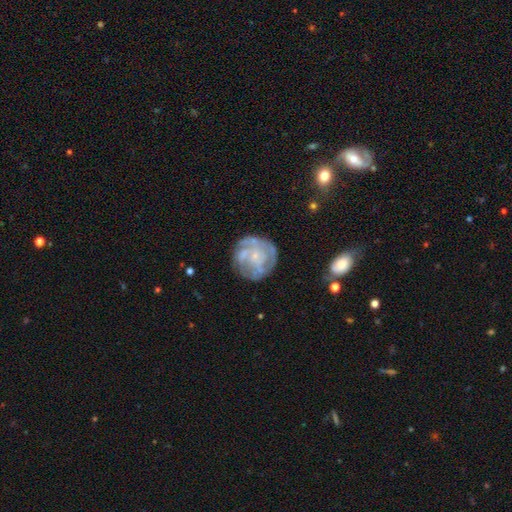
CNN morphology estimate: Smooth or featured? Predicted: featured or disk (p=0.74). Edge-on disk? Predicted: no (p=0.98). Bar? Predicted: no (p=0.79). Spiral arms? Predicted: yes (p=0.73). Spiral winding? Predicted: tight (p=0.64). Spiral arm count? Predicted: can't tell (p=0.48). Bulge size? Predicted: small (p=0.73). Merging? Predicted: none (p=0.67).